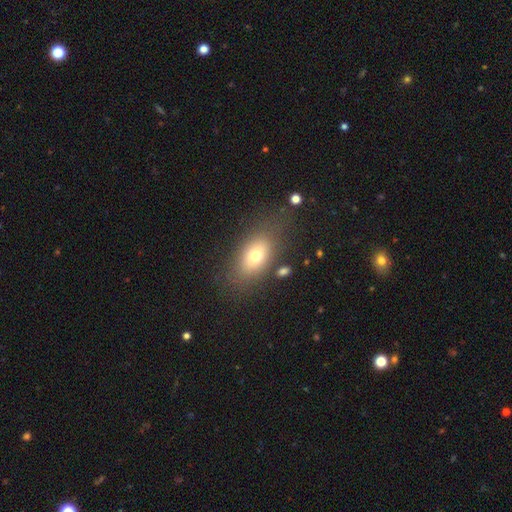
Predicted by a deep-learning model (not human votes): Morphology: type=smooth (72%); roundness=in between (84%); merging=none (72%).